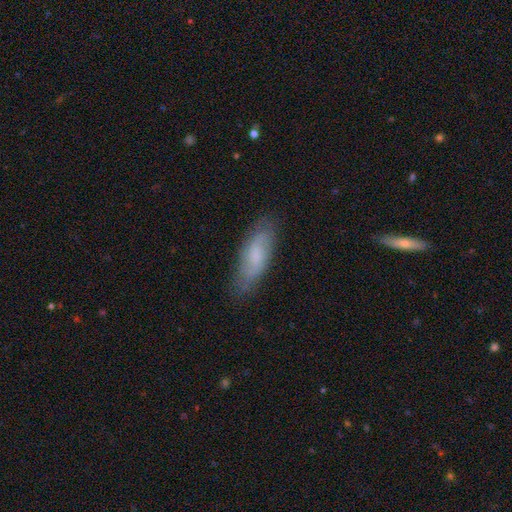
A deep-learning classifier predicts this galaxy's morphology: A smooth galaxy with no disk features (57%) that is in between round and cigar-shaped (63%).

Vote fractions:
- Smooth or featured? smooth: 57% / featured or disk: 36% / star or artifact: 7%
- How rounded? in between: 63% / cigar-shaped: 35% / round: 2%
- Merging? none: 78% / minor disturbance: 17% / major disturbance: 4% / merger: 1%